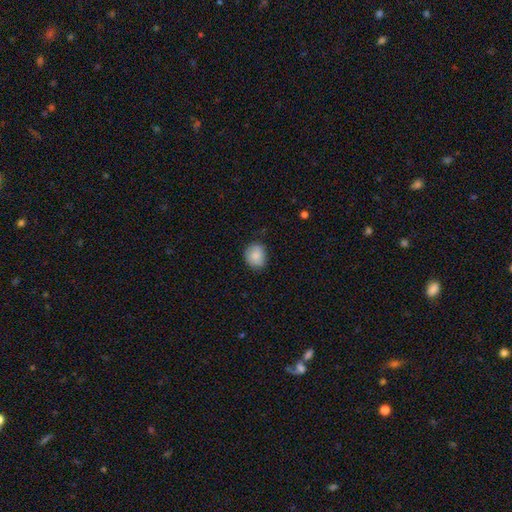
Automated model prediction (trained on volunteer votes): This appears to be a smooth galaxy with no disk features (85%) that is round (67%). Merging: none (76%).